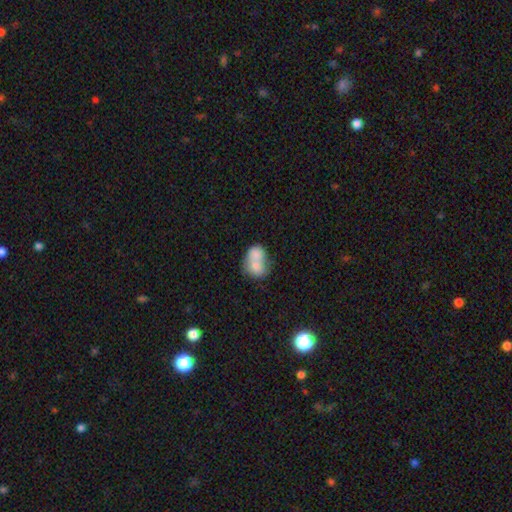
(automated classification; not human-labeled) The model was most divided on "how rounded": in between: 55%, round: 44%, cigar-shaped: 1%. More confident: smooth or featured — smooth (74%); merging — merger (70%).